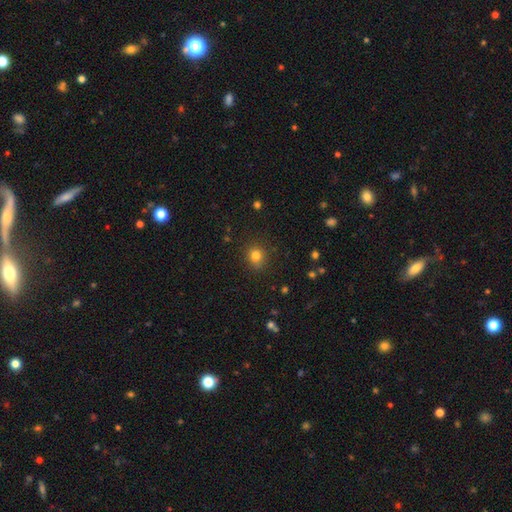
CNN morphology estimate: Smooth or featured?
  - smooth: 80% *
  - star or artifact: 14%
  - featured or disk: 6%
How rounded?
  - round: 78% *
  - in between: 21%
  - cigar-shaped: 1%
Merging?
  - none: 82% *
  - minor disturbance: 13%
  - major disturbance: 4%
  - merger: 2%